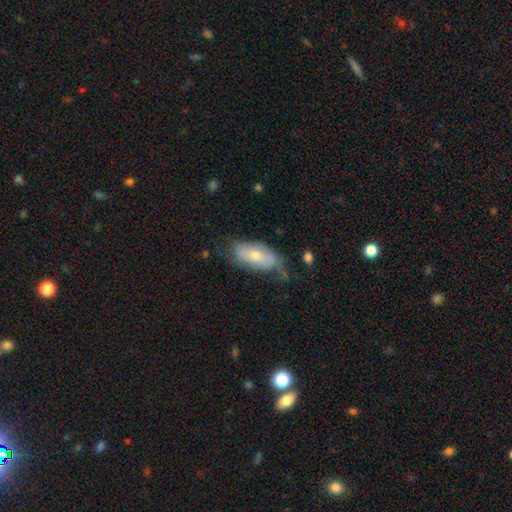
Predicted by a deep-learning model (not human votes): smooth 50%, featured or disk 43%, star or artifact 7%. Down the decision tree: merging — none (49%).